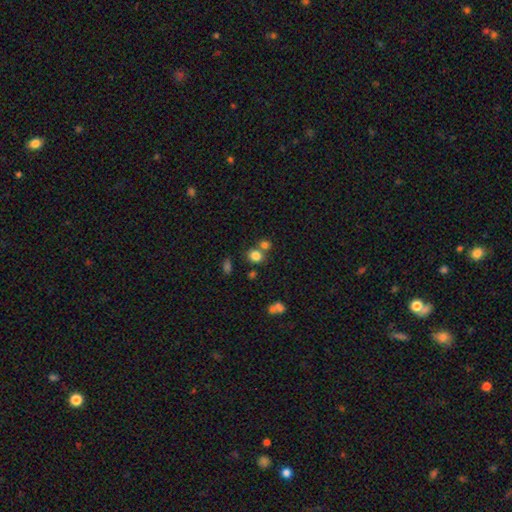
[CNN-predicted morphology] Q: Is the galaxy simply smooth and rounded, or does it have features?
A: smooth — 80%.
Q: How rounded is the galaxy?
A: round — 68%.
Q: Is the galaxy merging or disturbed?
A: none — 58%.